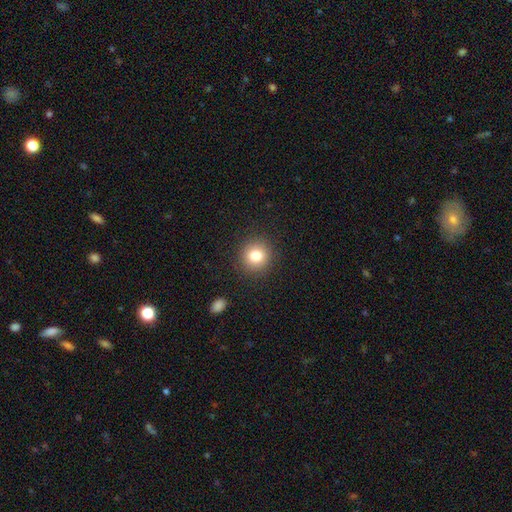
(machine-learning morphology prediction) This appears to be a smooth galaxy with no disk features (81%) that is round (90%). Merging: none (89%).